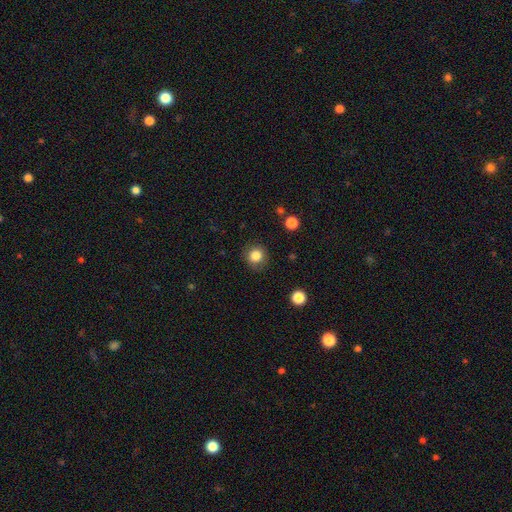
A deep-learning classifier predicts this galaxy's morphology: smooth-or-featured: smooth: 84% | star or artifact: 11% | featured or disk: 6%
  how-rounded: round: 91% | in between: 8% | cigar-shaped: 1%
  merging: none: 85% | minor disturbance: 10% | major disturbance: 3% | merger: 1%